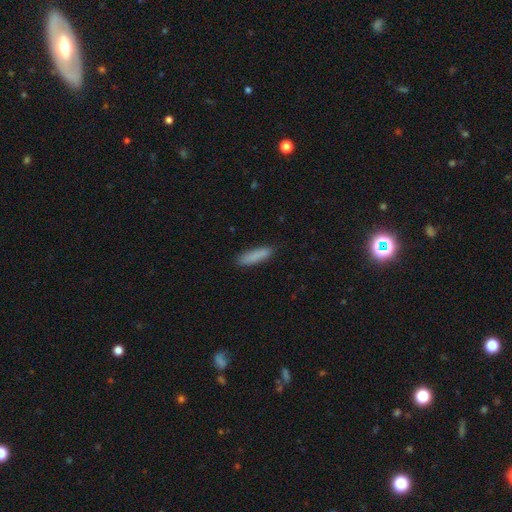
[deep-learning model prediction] smooth-or-featured: smooth: 87% | star or artifact: 7% | featured or disk: 6%
  how-rounded: cigar-shaped: 76% | in between: 23% | round: 1%
  merging: none: 87% | minor disturbance: 10% | major disturbance: 2% | merger: 1%